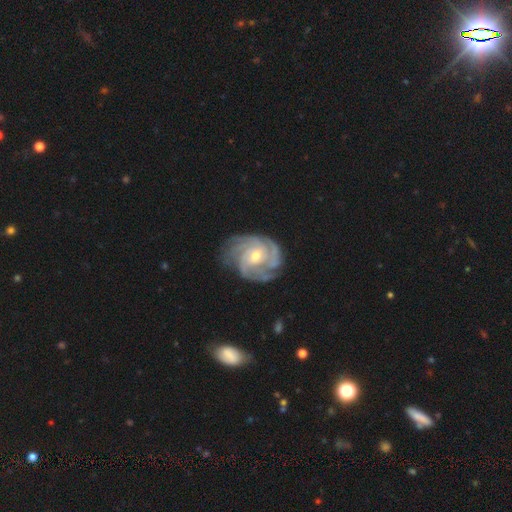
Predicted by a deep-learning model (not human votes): Q: Smooth or featured?
A: featured or disk (90%); runner-up: smooth (6%)
Q: Edge-on disk?
A: no (98%); runner-up: yes (2%)
Q: Bar?
A: no (57%); runner-up: weak (34%)
Q: Spiral arms?
A: yes (98%); runner-up: no (2%)
Q: Spiral winding?
A: tight (69%); runner-up: medium (26%)
Q: Spiral arm count?
A: 4 (30%); runner-up: 3 (22%)
Q: Bulge size?
A: moderate (49%); runner-up: small (47%)
Q: Merging?
A: none (75%); runner-up: minor disturbance (17%)